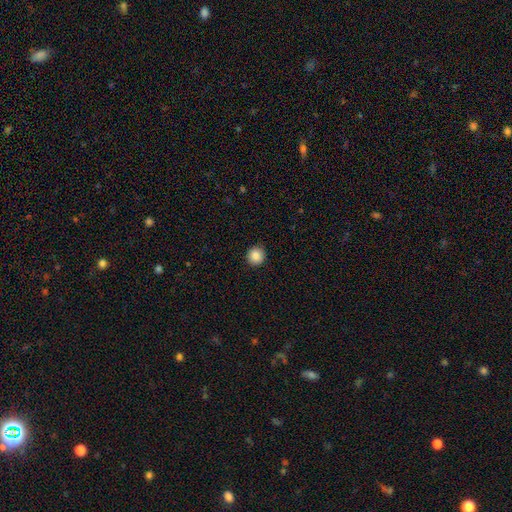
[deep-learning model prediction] smooth_or_featured: smooth (p=0.85) [alt: star or artifact p=0.09]
how_rounded: round (p=0.93) [alt: in between p=0.06]
merging: none (p=0.92) [alt: minor disturbance p=0.05]